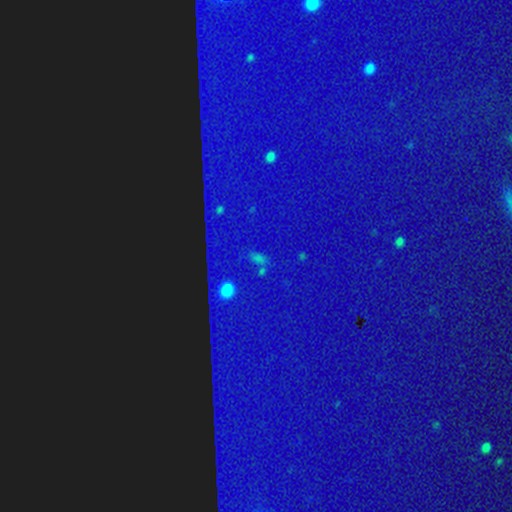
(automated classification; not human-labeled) Smooth or featured? Predicted: star or artifact (p=0.84).